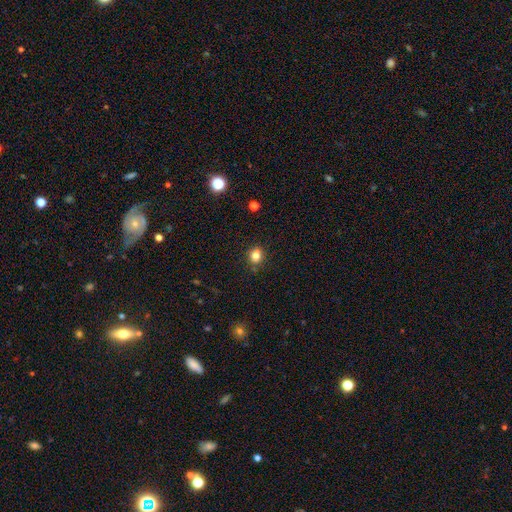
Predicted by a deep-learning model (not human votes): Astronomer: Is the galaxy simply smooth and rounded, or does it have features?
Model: smooth — 82%.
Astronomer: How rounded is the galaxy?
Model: round — 82%.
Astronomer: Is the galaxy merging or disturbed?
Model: none — 86%.